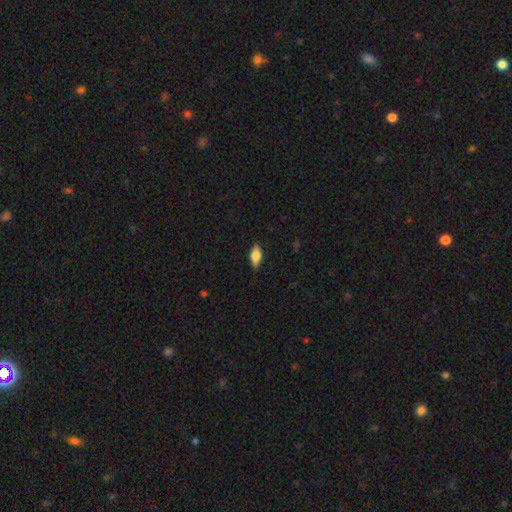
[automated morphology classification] The model was most divided on "smooth or featured": smooth: 64%, featured or disk: 29%, star or artifact: 7%. More confident: merging — none (85%); how rounded — in between (81%).